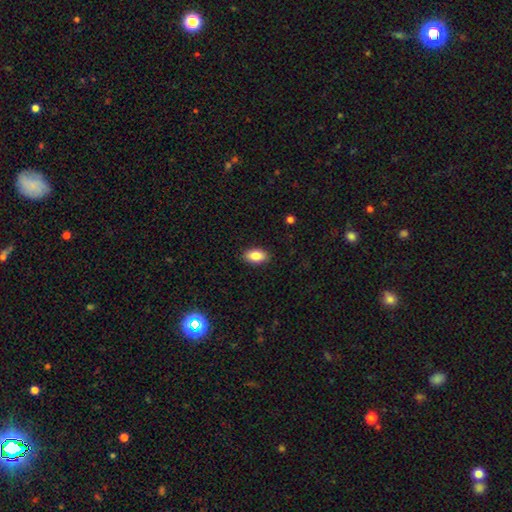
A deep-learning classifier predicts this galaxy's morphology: Smooth or featured? smooth (85%)
How rounded? in between (91%)
Merging? none (89%)